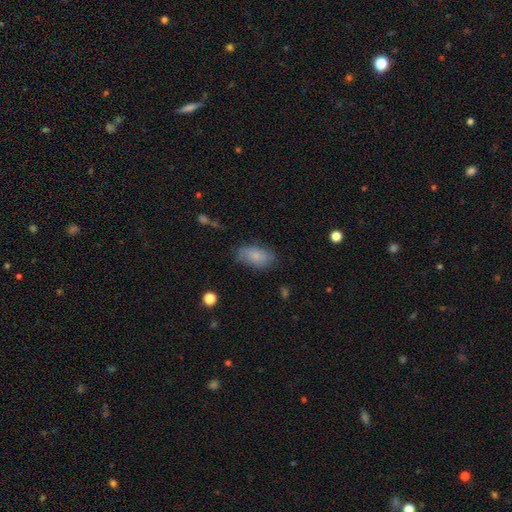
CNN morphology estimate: Overall: smooth (79%). How rounded: in between (93%). Merging: none (71%).